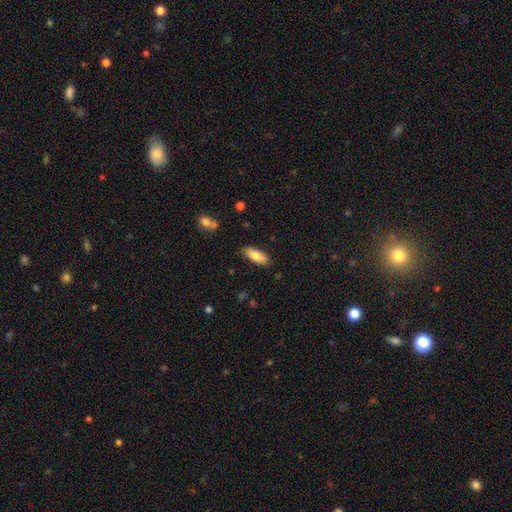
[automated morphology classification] smooth 80%, featured or disk 14%, star or artifact 6%. Down the decision tree: how rounded — in between (74%); merging — none (84%).